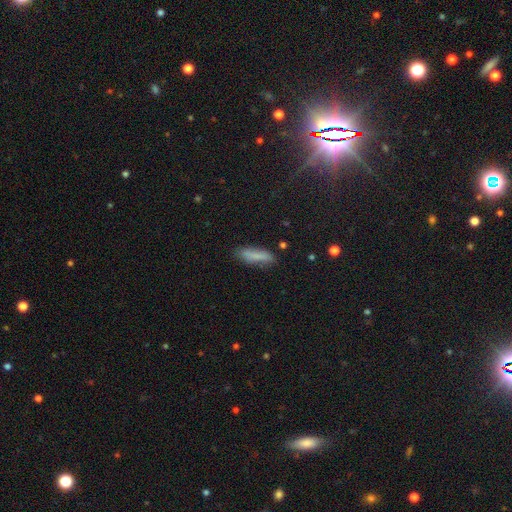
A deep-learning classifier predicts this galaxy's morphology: Overall: smooth (80%). How rounded: cigar-shaped (63%; in between 35%). Merging: none (77%).